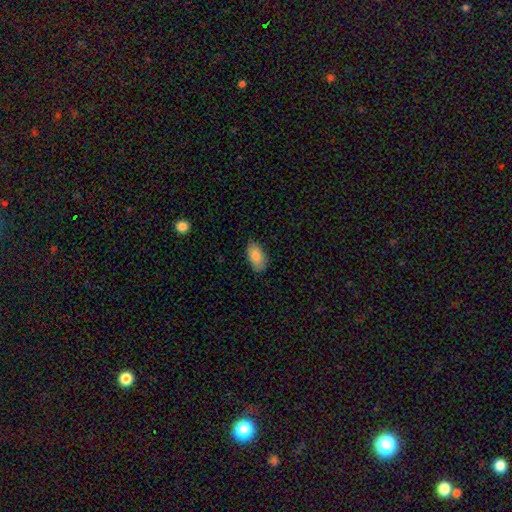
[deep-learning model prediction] smooth 84%, featured or disk 10%, star or artifact 7%. Down the decision tree: how rounded — in between (94%); merging — none (81%).